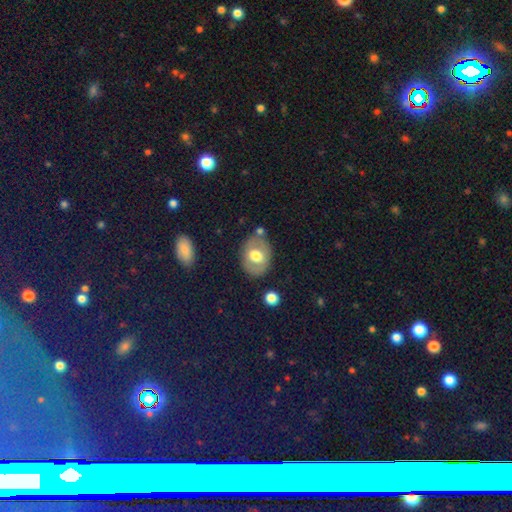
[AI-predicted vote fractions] Q: Smooth or featured?
A: smooth (54%); runner-up: featured or disk (39%)
Q: How rounded?
A: in between (66%); runner-up: round (33%)
Q: Merging?
A: none (74%); runner-up: minor disturbance (16%)